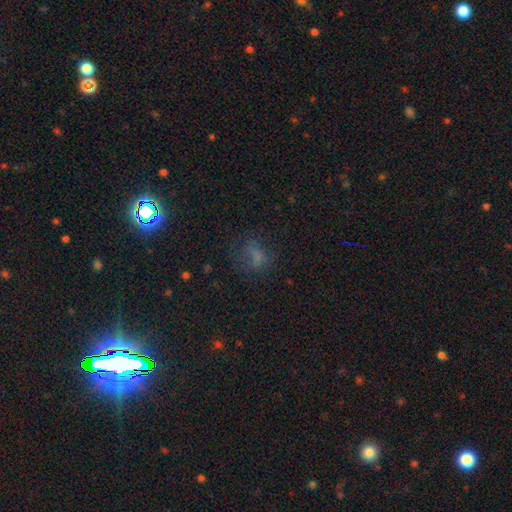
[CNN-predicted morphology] smooth 57%, star or artifact 26%, featured or disk 17%. Down the decision tree: how rounded — in between (55%); merging — none (53%).